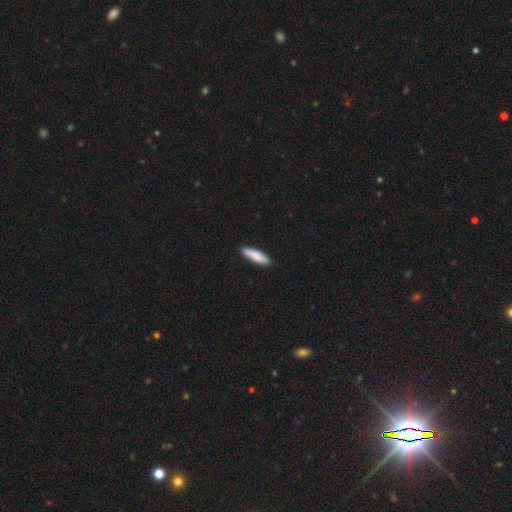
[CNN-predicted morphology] Q: Smooth or featured?
A: smooth (86%); runner-up: featured or disk (9%)
Q: How rounded?
A: cigar-shaped (72%); runner-up: in between (27%)
Q: Merging?
A: none (90%); runner-up: minor disturbance (7%)